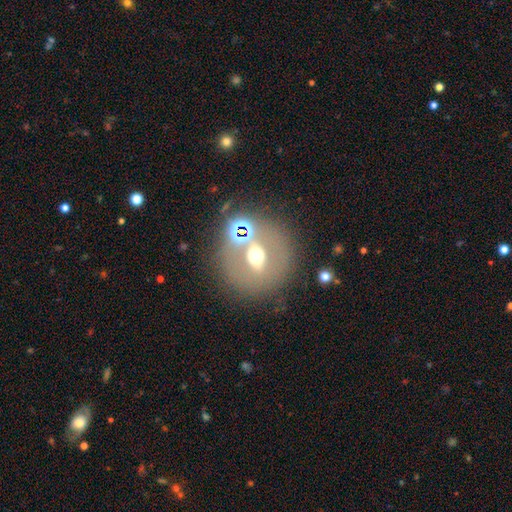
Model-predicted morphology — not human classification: Overall: featured or disk (42%; smooth 36%). Merging: none (73%).